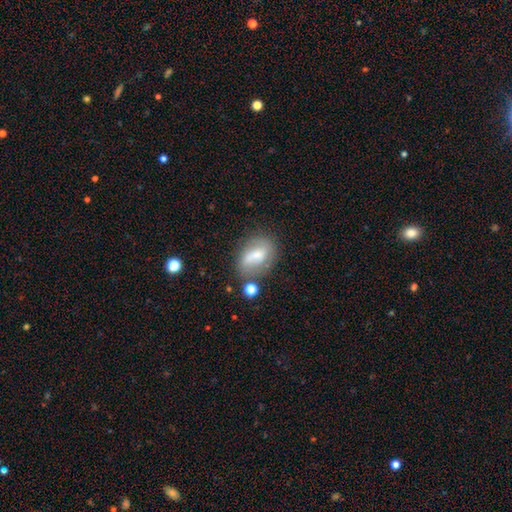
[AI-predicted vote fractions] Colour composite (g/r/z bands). It shows a smooth galaxy with no disk features (55%) that is in between round and cigar-shaped (75%). Merging: none (56%).